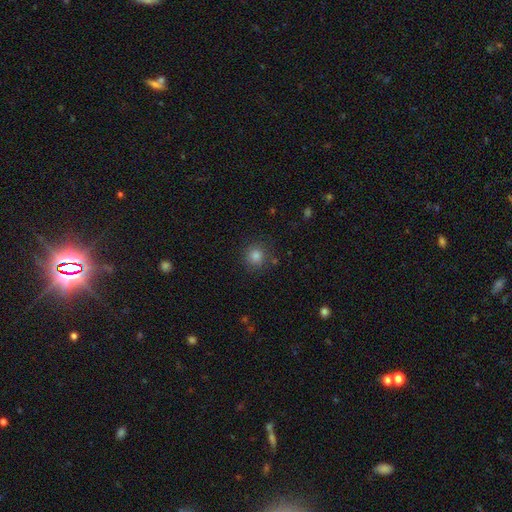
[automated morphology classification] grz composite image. It shows a smooth galaxy with no disk features (81%) that is round (93%). Merging: none (86%).